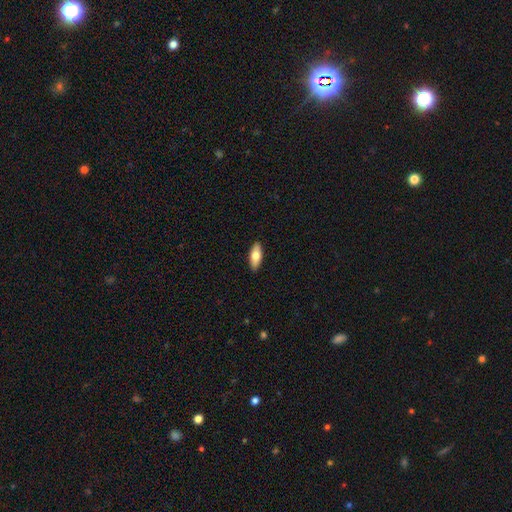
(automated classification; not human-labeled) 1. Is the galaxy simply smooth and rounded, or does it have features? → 71% smooth, 23% featured or disk, 6% star or artifact.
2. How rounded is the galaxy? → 76% in between, 21% cigar-shaped, 2% round.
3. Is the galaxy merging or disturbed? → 90% none, 7% minor disturbance, 2% major disturbance, 1% merger.